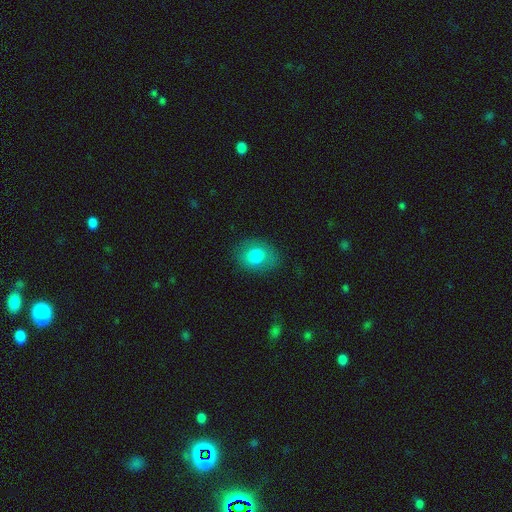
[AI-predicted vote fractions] Morphology: type=smooth (76%); roundness=in between (53%); merging=none (81%).